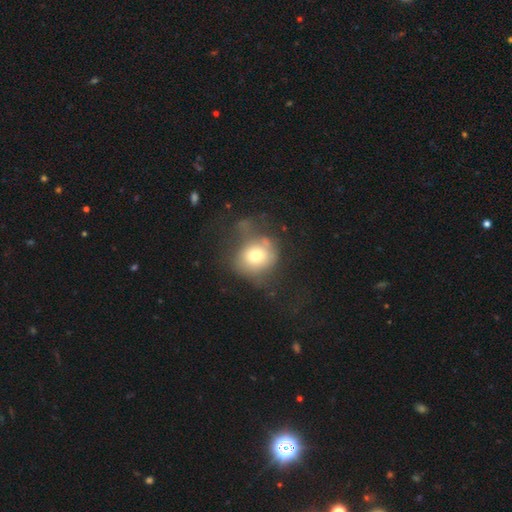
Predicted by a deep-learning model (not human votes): Smooth or featured? smooth (67%)
How rounded? round (72%)
Merging? none (39%)